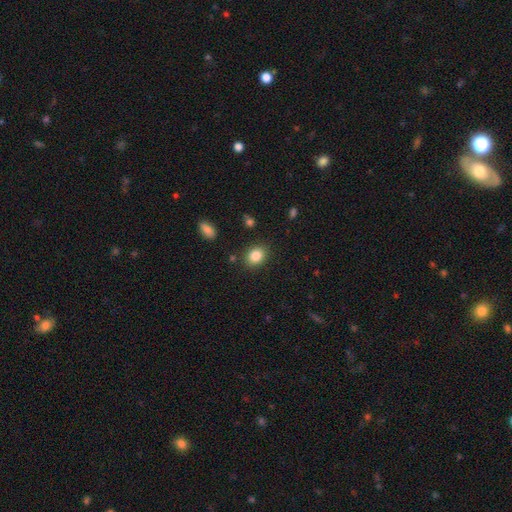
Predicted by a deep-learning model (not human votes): Q: Smooth or featured?
A: smooth (85%); runner-up: star or artifact (9%)
Q: How rounded?
A: in between (53%); runner-up: round (46%)
Q: Merging?
A: none (86%); runner-up: minor disturbance (9%)